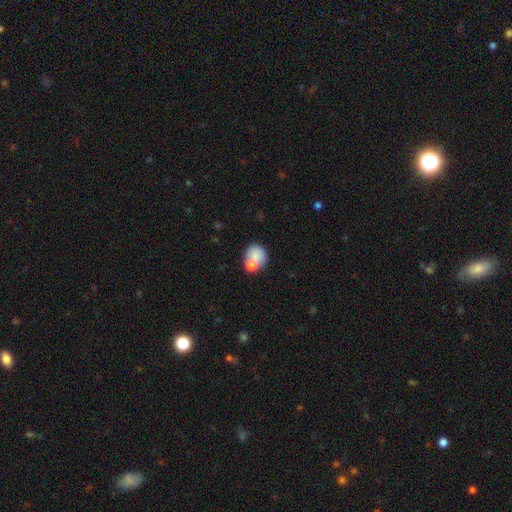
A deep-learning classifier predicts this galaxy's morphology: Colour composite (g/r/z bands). It shows a smooth galaxy with no disk features (73%) that is round (74%). Merging: none (44%).